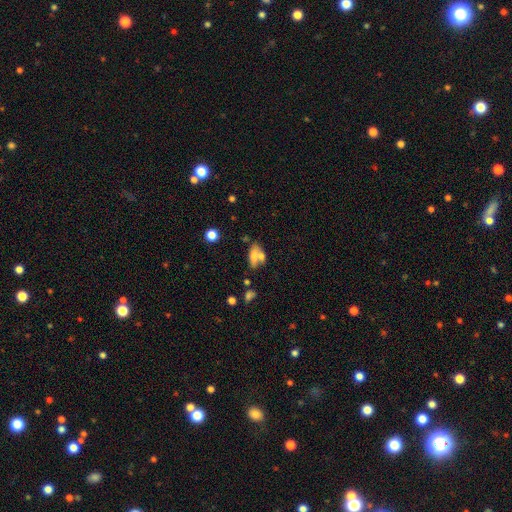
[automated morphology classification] A smooth galaxy with no disk features (67%) that is in between round and cigar-shaped (79%). Merging: merger (40%).